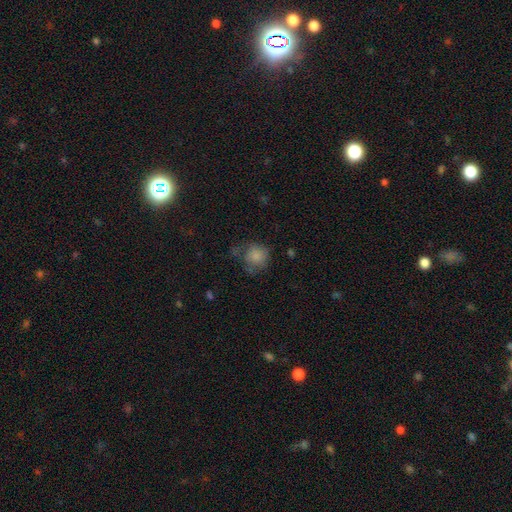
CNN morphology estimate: A smooth galaxy with no disk features (78%) that is round (79%).

Vote fractions:
- Smooth or featured? smooth: 78% / featured or disk: 13% / star or artifact: 9%
- How rounded? round: 79% / in between: 20% / cigar-shaped: 1%
- Merging? none: 45% / minor disturbance: 29% / major disturbance: 23% / merger: 4%